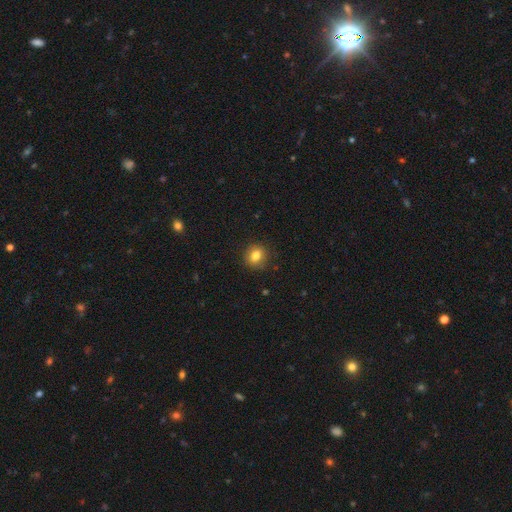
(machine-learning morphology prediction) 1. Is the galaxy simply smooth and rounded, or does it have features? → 82% smooth, 11% star or artifact, 7% featured or disk.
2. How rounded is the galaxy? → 75% round, 24% in between, 1% cigar-shaped.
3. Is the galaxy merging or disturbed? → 89% none, 8% minor disturbance, 2% major disturbance, 1% merger.